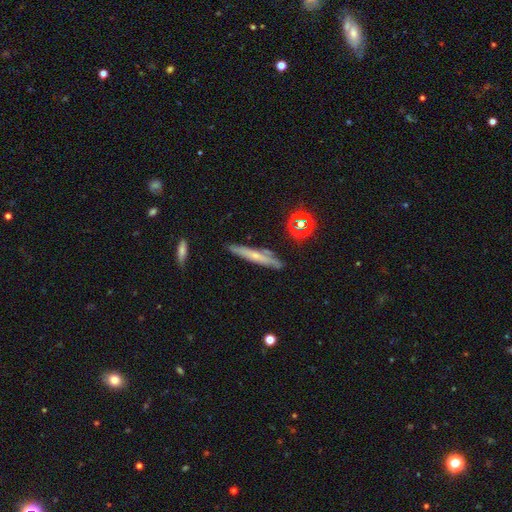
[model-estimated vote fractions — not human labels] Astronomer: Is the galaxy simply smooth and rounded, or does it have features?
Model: smooth — 48% (runner-up: featured or disk, 42%).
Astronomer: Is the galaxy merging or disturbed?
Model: none — 80%.